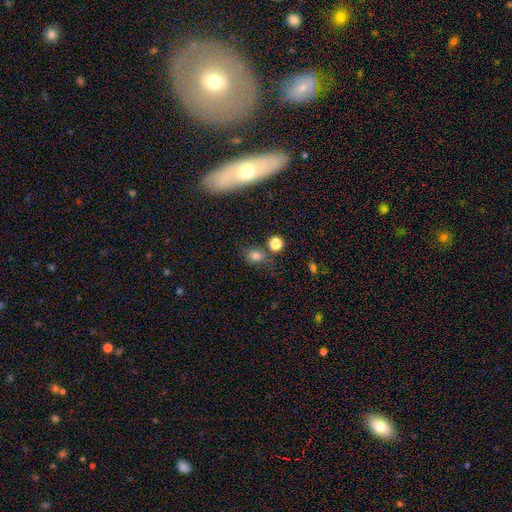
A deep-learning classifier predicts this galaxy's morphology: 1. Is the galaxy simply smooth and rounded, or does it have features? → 78% smooth, 15% star or artifact, 7% featured or disk.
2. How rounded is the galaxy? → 50% round, 48% in between, 2% cigar-shaped.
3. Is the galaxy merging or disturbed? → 66% none, 17% minor disturbance, 11% merger, 6% major disturbance.